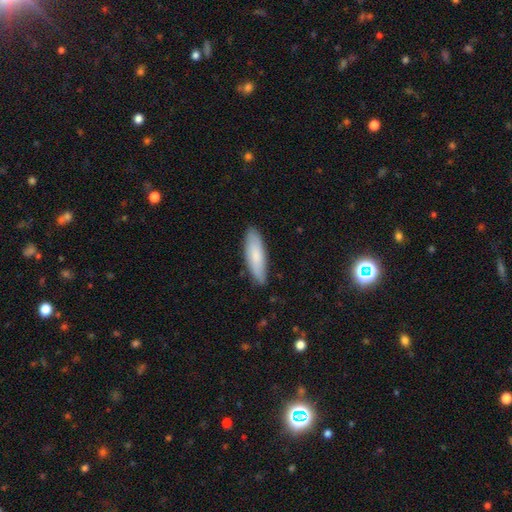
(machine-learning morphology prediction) A smooth galaxy with no disk features (78%) that is cigar-shaped (55%).

Vote fractions:
- Smooth or featured? smooth: 78% / featured or disk: 16% / star or artifact: 6%
- How rounded? cigar-shaped: 55% / in between: 44% / round: 1%
- Merging? none: 85% / minor disturbance: 12% / major disturbance: 2% / merger: 1%